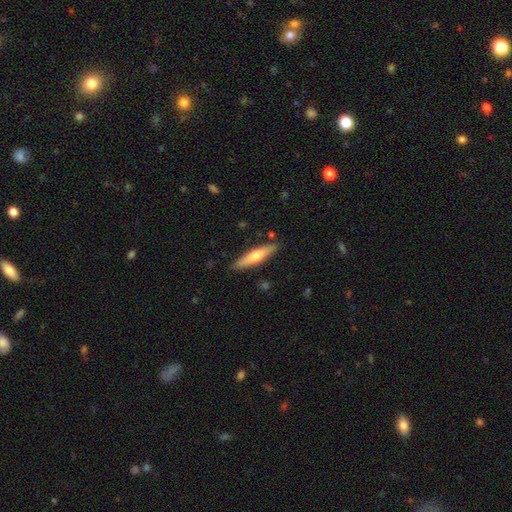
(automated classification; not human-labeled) The model was most divided on "smooth or featured": smooth: 51%, featured or disk: 43%, star or artifact: 6%. More confident: merging — none (87%); how rounded — cigar-shaped (82%).